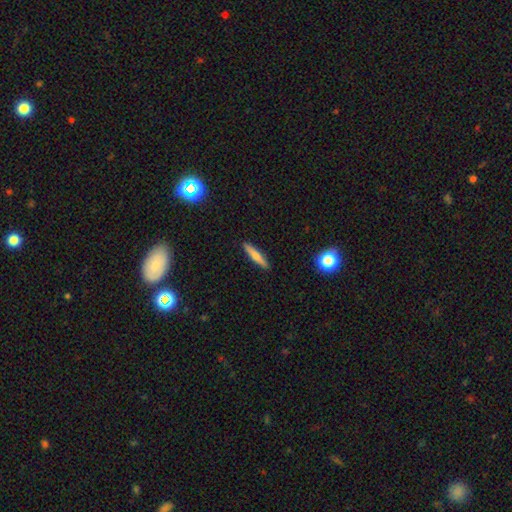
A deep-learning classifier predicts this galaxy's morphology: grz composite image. It shows a smooth galaxy with no disk features (64%) that is cigar-shaped (90%). Merging: none (91%).